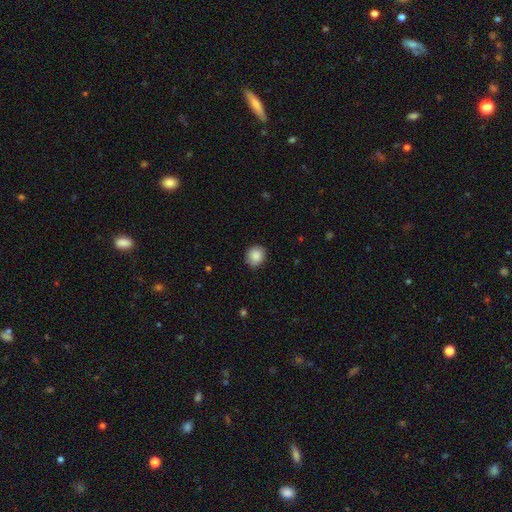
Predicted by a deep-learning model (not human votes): Smooth or featured: smooth — 88% (star or artifact — 8%)
How rounded: round — 81% (in between — 18%)
Merging: none — 88% (minor disturbance — 9%)